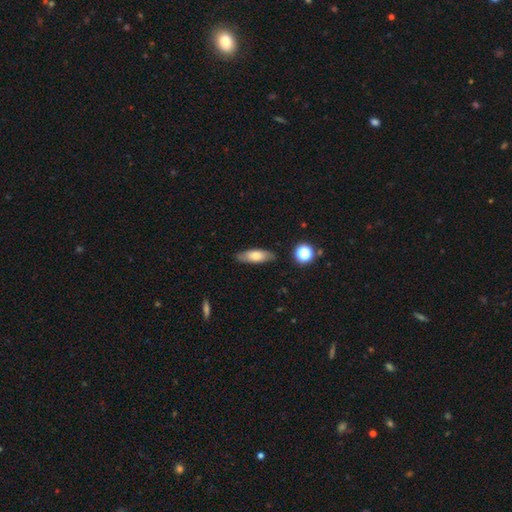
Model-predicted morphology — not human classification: type=smooth (66%); roundness=in between (67%); merging=none (83%).